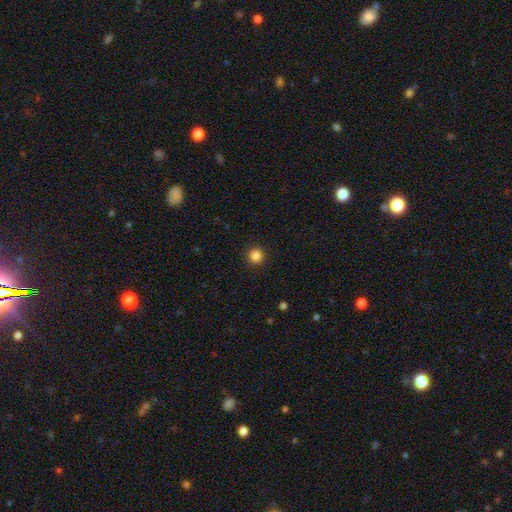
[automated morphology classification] type=smooth (85%); roundness=round (95%); merging=none (92%).